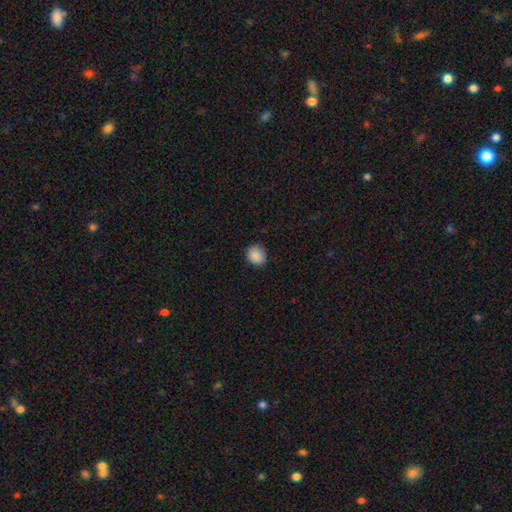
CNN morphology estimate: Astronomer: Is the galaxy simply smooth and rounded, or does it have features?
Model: smooth — 88%.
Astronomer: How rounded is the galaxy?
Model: round — 74%.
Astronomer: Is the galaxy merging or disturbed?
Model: none — 84%.